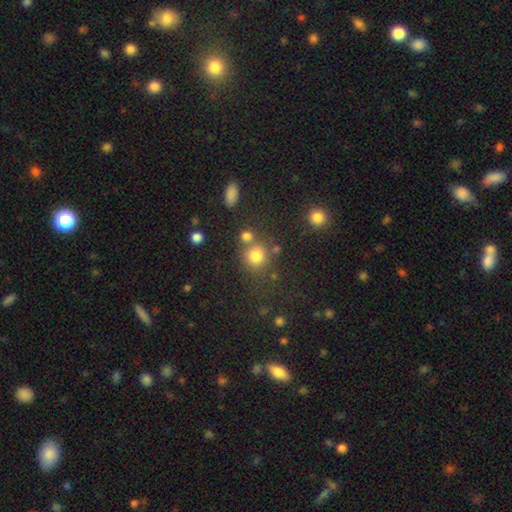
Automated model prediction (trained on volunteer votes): Q: Smooth or featured?
A: smooth (77%); runner-up: star or artifact (15%)
Q: How rounded?
A: round (84%); runner-up: in between (15%)
Q: Merging?
A: none (64%); runner-up: merger (20%)